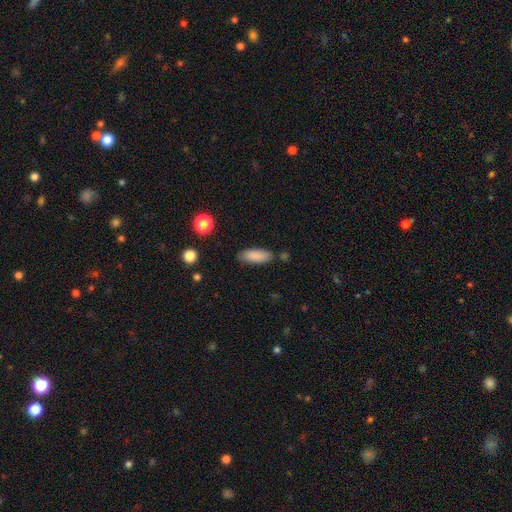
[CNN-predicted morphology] smooth-or-featured: smooth: 87% | star or artifact: 7% | featured or disk: 7%
  how-rounded: in between: 67% | cigar-shaped: 32% | round: 2%
  merging: none: 80% | minor disturbance: 13% | merger: 4% | major disturbance: 3%